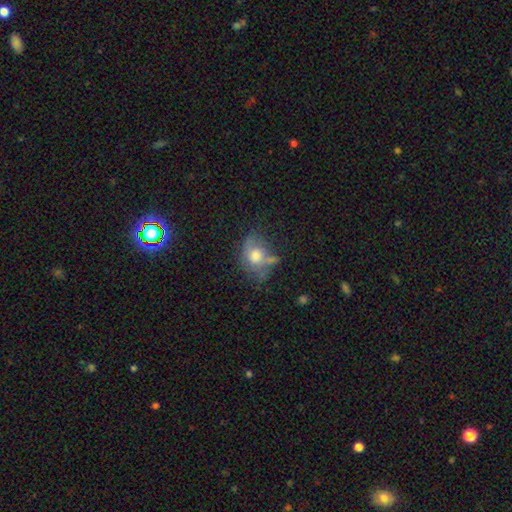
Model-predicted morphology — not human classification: A smooth galaxy with no disk features (54%) that is in between round and cigar-shaped (60%).

Vote fractions:
- Smooth or featured? smooth: 54% / featured or disk: 32% / star or artifact: 14%
- How rounded? in between: 60% / round: 38% / cigar-shaped: 2%
- Merging? none: 40% / minor disturbance: 27% / major disturbance: 20% / merger: 12%